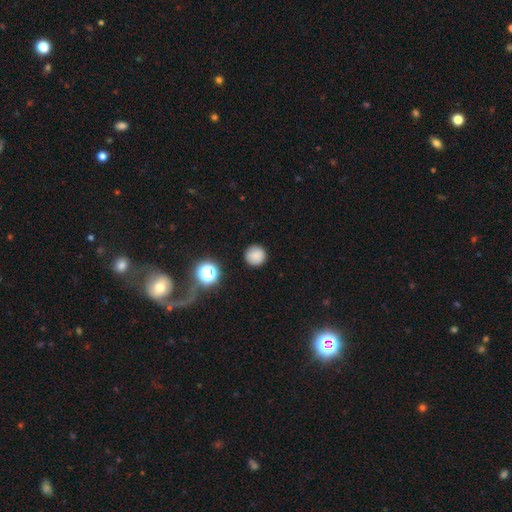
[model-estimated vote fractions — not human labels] A smooth galaxy with no disk features (81%) that is round (95%).

Vote fractions:
- Smooth or featured? smooth: 81% / star or artifact: 13% / featured or disk: 5%
- How rounded? round: 95% / in between: 4% / cigar-shaped: 1%
- Merging? none: 89% / minor disturbance: 7% / major disturbance: 2% / merger: 2%